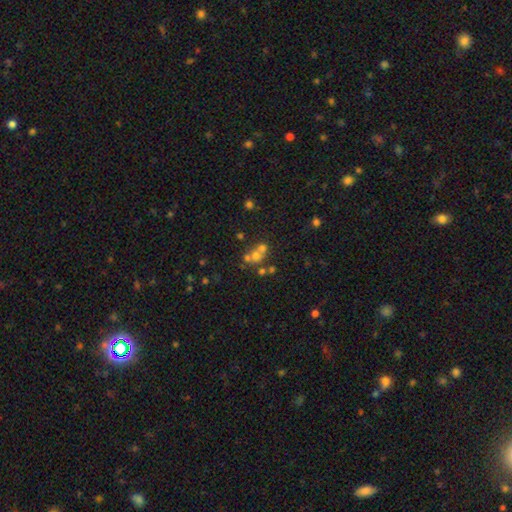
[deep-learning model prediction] The model was most divided on "merging": merger: 47%, none: 40%, minor disturbance: 8%, major disturbance: 5%. Remaining: smooth or featured — smooth (49%).